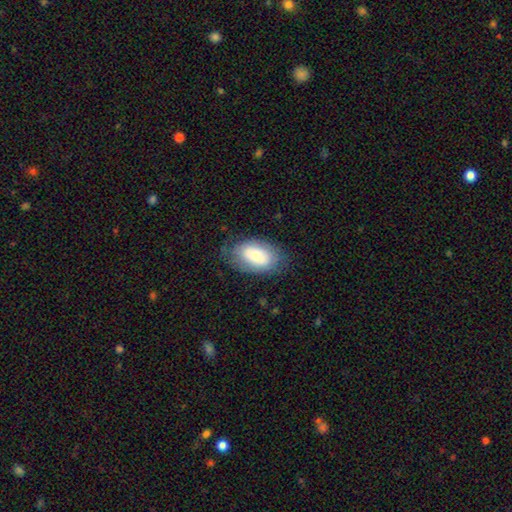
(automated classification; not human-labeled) A smooth galaxy with no disk features (68%) that is in between round and cigar-shaped (91%).

Vote fractions:
- Smooth or featured? smooth: 68% / featured or disk: 25% / star or artifact: 7%
- How rounded? in between: 91% / round: 8% / cigar-shaped: 1%
- Merging? none: 74% / minor disturbance: 18% / major disturbance: 7% / merger: 1%